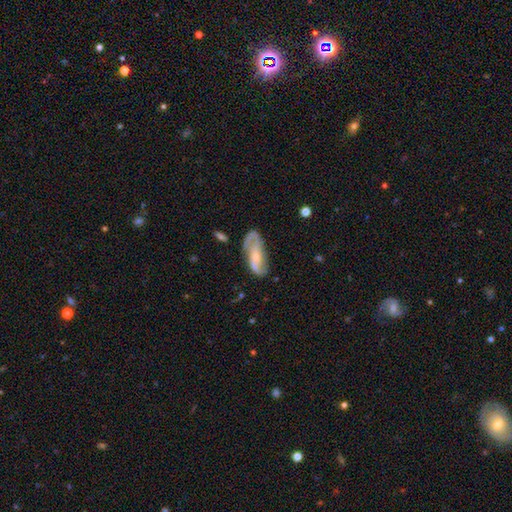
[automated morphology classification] A featured or disk galaxy (74%) with no bar (50%), 2 (79%) medium (44%) spiral arms (90%) and a small central bulge (54%). Merging: none (59%).